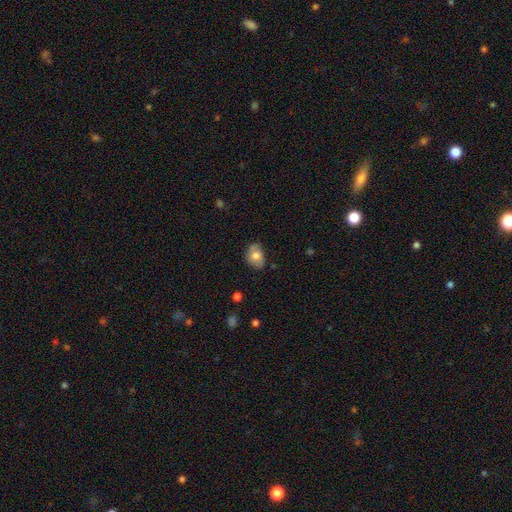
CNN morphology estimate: A smooth galaxy with no disk features (65%) that is in between round and cigar-shaped (74%).

Vote fractions:
- Smooth or featured? smooth: 65% / featured or disk: 27% / star or artifact: 8%
- How rounded? in between: 74% / round: 25% / cigar-shaped: 1%
- Merging? none: 59% / minor disturbance: 31% / major disturbance: 8% / merger: 3%